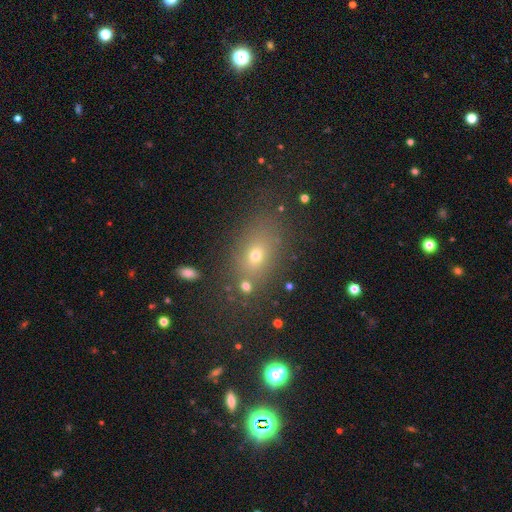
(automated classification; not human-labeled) Smooth or featured: smooth — 64% (star or artifact — 20%)
How rounded: in between — 73% (round — 24%)
Merging: none — 74% (minor disturbance — 13%)